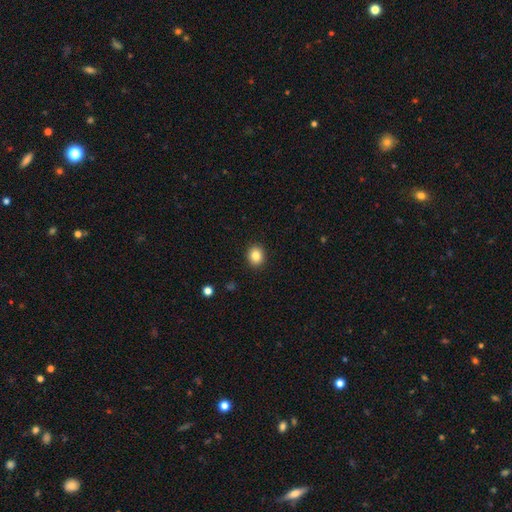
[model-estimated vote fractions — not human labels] Smooth or featured: smooth — 84% (star or artifact — 10%)
How rounded: round — 72% (in between — 27%)
Merging: none — 92% (minor disturbance — 6%)